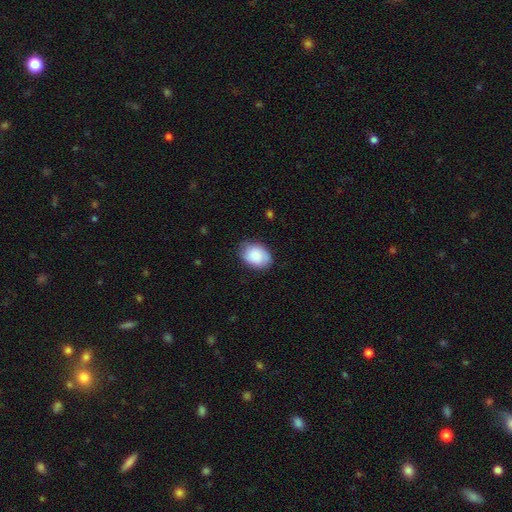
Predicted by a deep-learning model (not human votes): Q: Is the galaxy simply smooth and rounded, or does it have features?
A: smooth — 82%.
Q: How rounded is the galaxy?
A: in between — 79%.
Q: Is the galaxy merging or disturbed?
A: none — 76%.